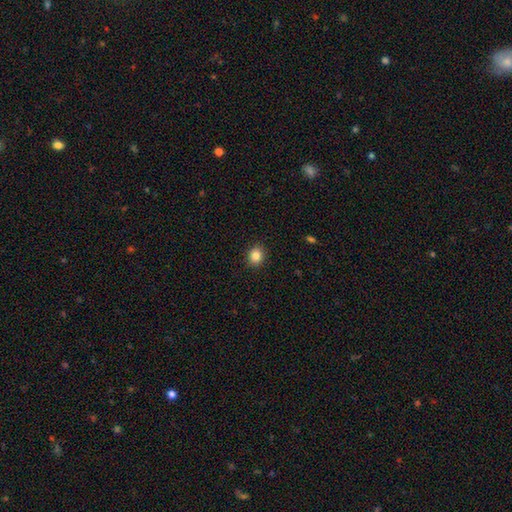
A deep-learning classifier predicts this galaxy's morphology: A smooth galaxy with no disk features (85%) that is round (69%).

Vote fractions:
- Smooth or featured? smooth: 85% / star or artifact: 10% / featured or disk: 4%
- How rounded? round: 69% / in between: 30% / cigar-shaped: 1%
- Merging? none: 91% / minor disturbance: 6% / major disturbance: 2% / merger: 1%